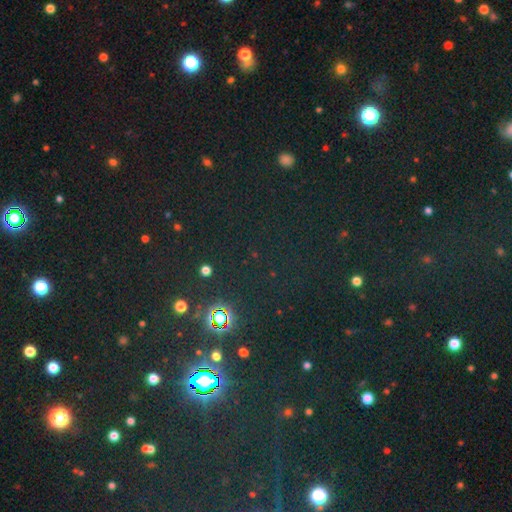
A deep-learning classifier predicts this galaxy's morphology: This is likely a star or artifact rather than a galaxy (76%).